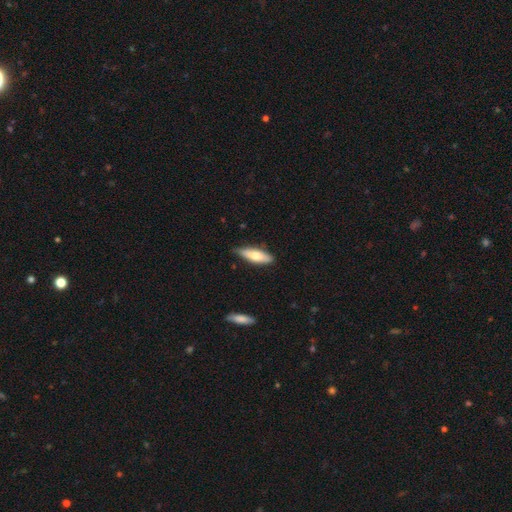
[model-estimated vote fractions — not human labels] This appears to be a smooth galaxy with no disk features (66%) that is in between round and cigar-shaped (49%, tied with cigar-shaped). Merging: none (79%).